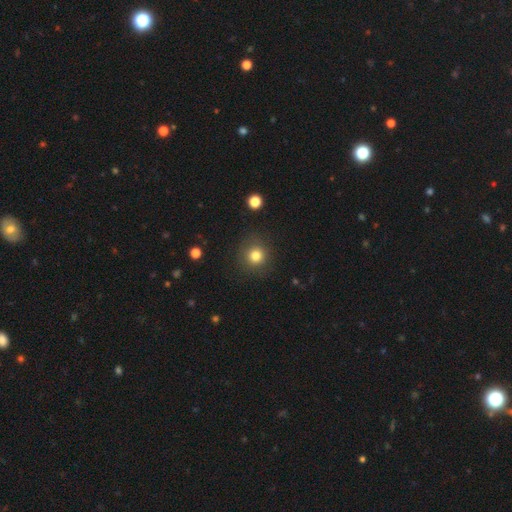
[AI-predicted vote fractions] Overall: smooth (81%). How rounded: round (92%). Merging: none (88%).